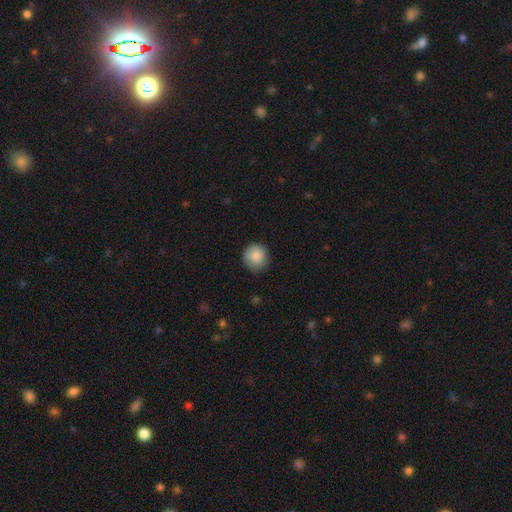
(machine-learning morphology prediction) Smooth or featured? Predicted: smooth (p=0.87). How rounded? Predicted: round (p=0.90). Merging? Predicted: none (p=0.83).